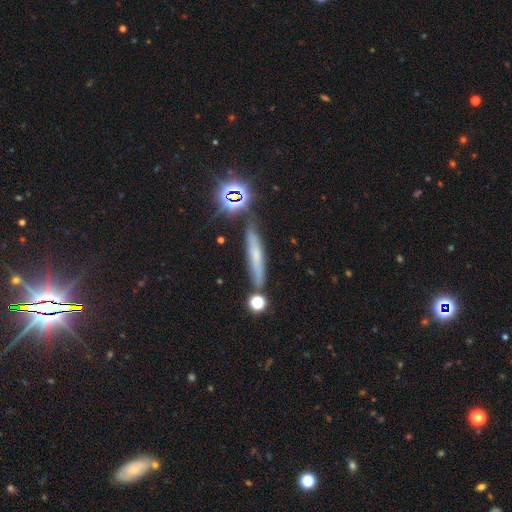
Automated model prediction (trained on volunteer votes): A smooth galaxy with no disk features (46%). Merging: none (78%).